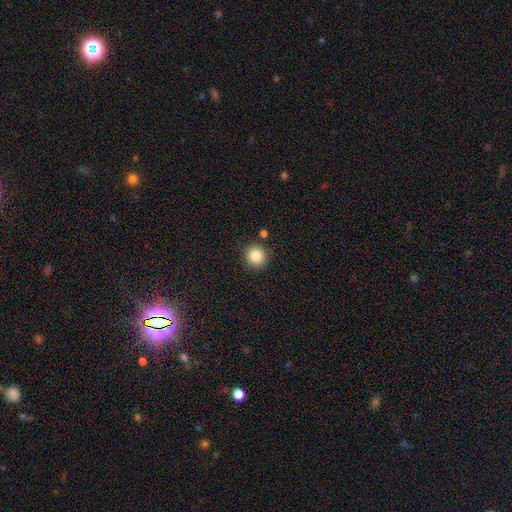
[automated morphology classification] Smooth or featured? smooth (85%)
How rounded? round (92%)
Merging? none (87%)